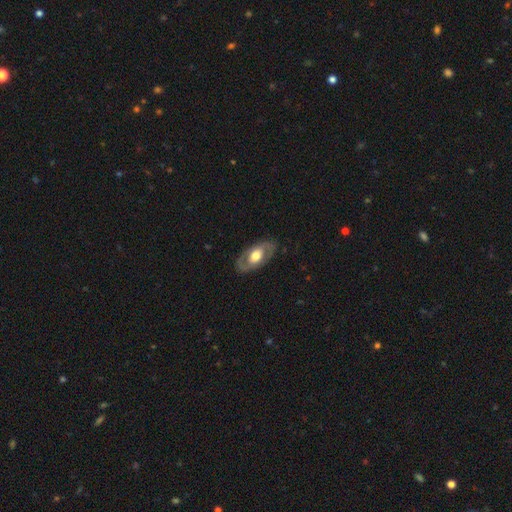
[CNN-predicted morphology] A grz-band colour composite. It shows a featured or disk galaxy (69%) with no bar (64%), spiral arms (60%) and a moderate central bulge (58%). Merging: none (83%).